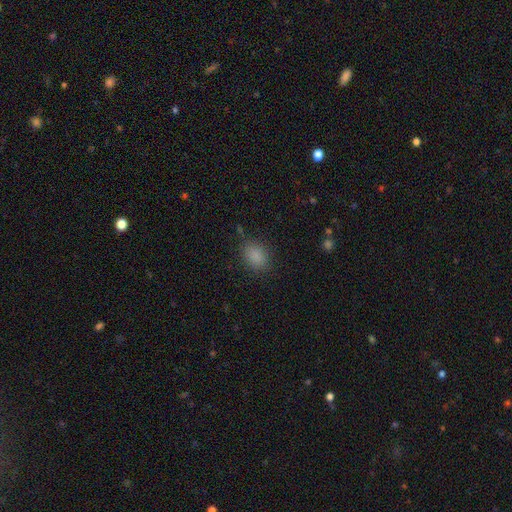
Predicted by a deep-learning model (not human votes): Overall: smooth (85%). How rounded: in between (63%; round 36%). Merging: none (84%).